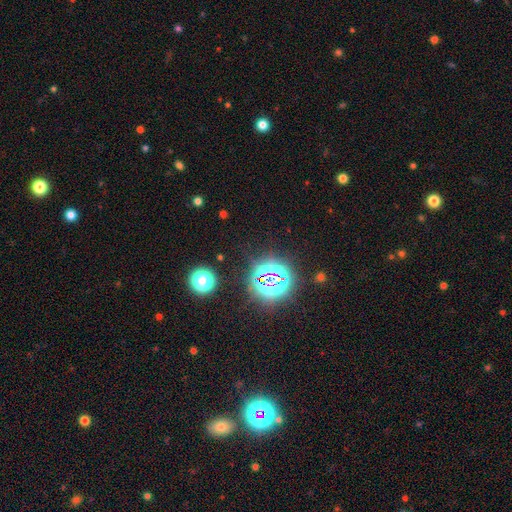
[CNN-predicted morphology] smooth_or_featured: star or artifact (p=0.78) [alt: smooth p=0.15]